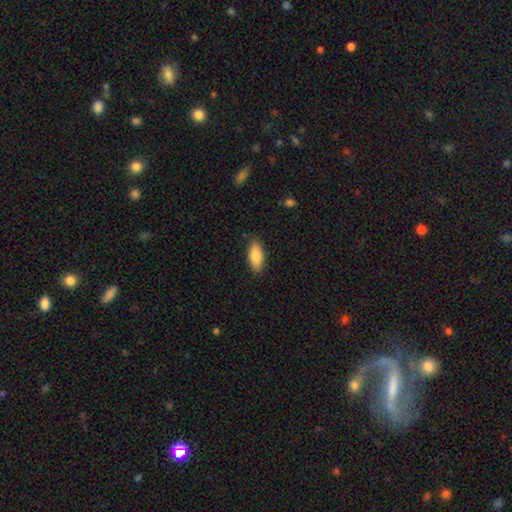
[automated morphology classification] Smooth or featured? smooth (85%)
How rounded? in between (83%)
Merging? none (85%)